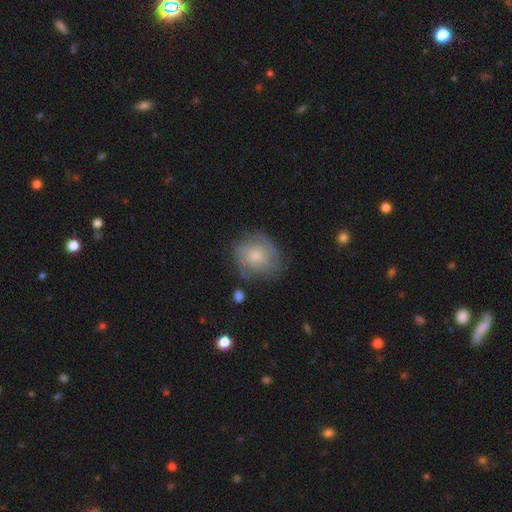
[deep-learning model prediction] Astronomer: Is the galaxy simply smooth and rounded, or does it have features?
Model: featured or disk — 47% (runner-up: smooth, 45%).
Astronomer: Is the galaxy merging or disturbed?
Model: none — 66%.